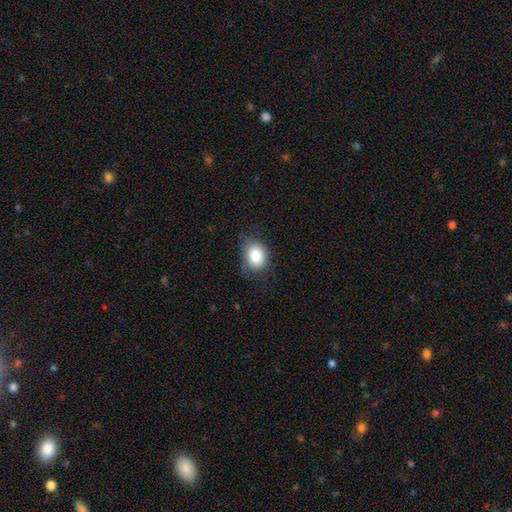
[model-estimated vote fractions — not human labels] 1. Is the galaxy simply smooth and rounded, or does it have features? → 82% smooth, 9% star or artifact, 9% featured or disk.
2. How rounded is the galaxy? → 62% in between, 37% round, 1% cigar-shaped.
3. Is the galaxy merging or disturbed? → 69% none, 23% minor disturbance, 7% major disturbance, 1% merger.